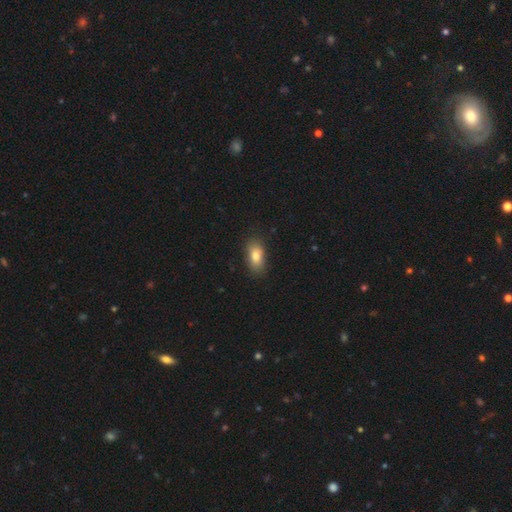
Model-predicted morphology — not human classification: A smooth galaxy with no disk features (81%) that is in between round and cigar-shaped (87%).

Vote fractions:
- Smooth or featured? smooth: 81% / featured or disk: 11% / star or artifact: 8%
- How rounded? in between: 87% / round: 7% / cigar-shaped: 5%
- Merging? none: 83% / minor disturbance: 13% / major disturbance: 3% / merger: 1%